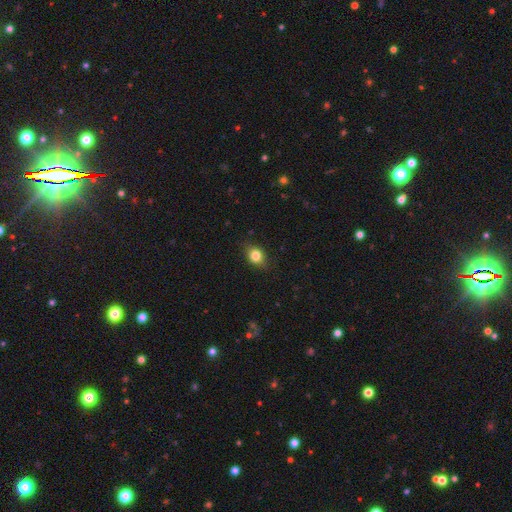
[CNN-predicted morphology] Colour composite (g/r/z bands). It shows a smooth galaxy with no disk features (82%) that is in between round and cigar-shaped (59%). Merging: none (82%).